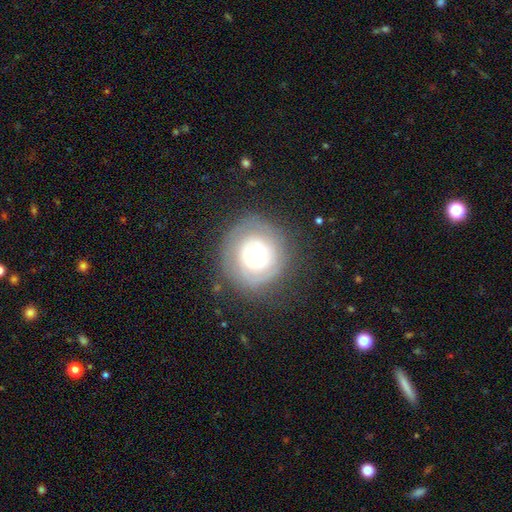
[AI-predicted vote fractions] smooth-or-featured: featured or disk: 54% | smooth: 38% | star or artifact: 8%
  disk-edge-on: no: 96% | yes: 4%
    bar: no: 86% | weak: 11% | strong: 3%
    has-spiral-arms: yes: 63% | no: 37%
    bulge-size: moderate: 51% | small: 24% | large: 20% | dominant: 4% | none: 1%
  merging: none: 76% | minor disturbance: 14% | major disturbance: 9% | merger: 1%